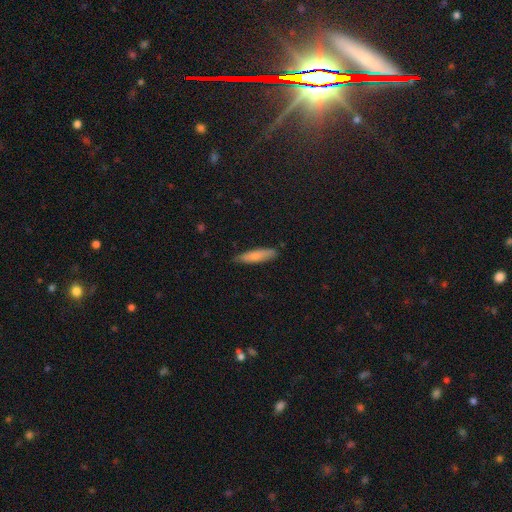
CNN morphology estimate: smooth_or_featured: smooth (p=0.77) [alt: featured or disk p=0.17]
how_rounded: cigar-shaped (p=0.75) [alt: in between p=0.24]
merging: none (p=0.80) [alt: minor disturbance p=0.17]